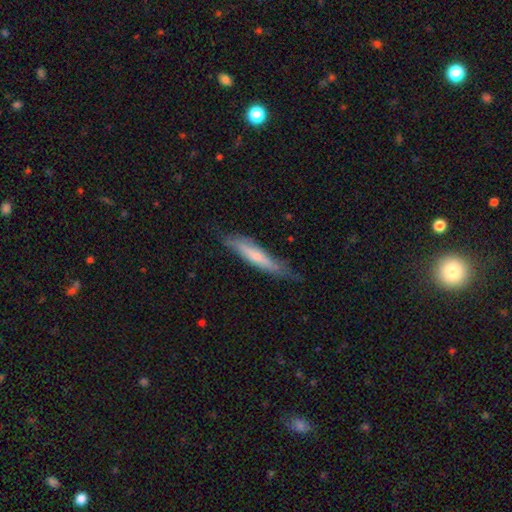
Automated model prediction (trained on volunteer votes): A smooth galaxy with no disk features (59%) that is cigar-shaped (89%).

Vote fractions:
- Smooth or featured? smooth: 59% / featured or disk: 35% / star or artifact: 6%
- How rounded? cigar-shaped: 89% / in between: 10% / round: 1%
- Merging? none: 67% / minor disturbance: 25% / major disturbance: 6% / merger: 2%